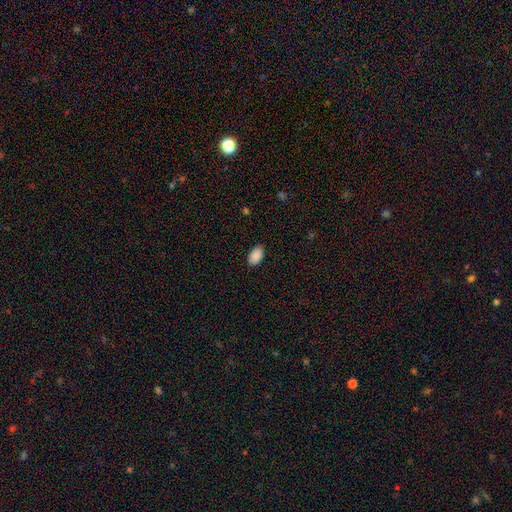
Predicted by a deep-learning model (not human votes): Smooth or featured: smooth — 90% (star or artifact — 7%)
How rounded: in between — 94% (round — 4%)
Merging: none — 87% (minor disturbance — 10%)